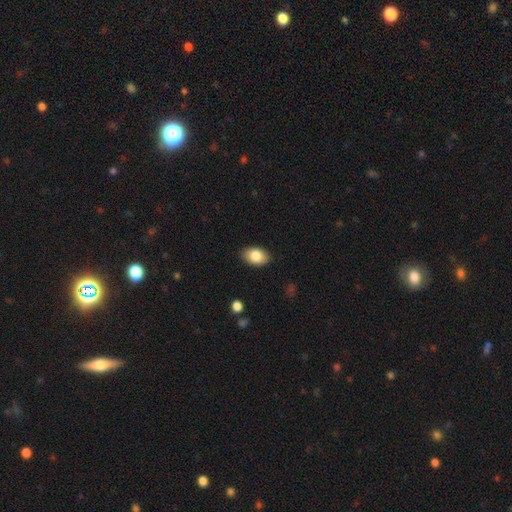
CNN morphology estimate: This is clearly a smooth galaxy (83%). How rounded: clearly in between (89%). Merging: clearly none (87%).